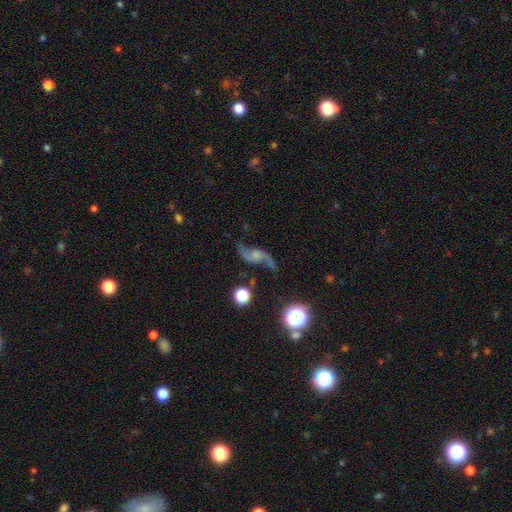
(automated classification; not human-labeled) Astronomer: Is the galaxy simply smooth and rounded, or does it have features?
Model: featured or disk — 84%.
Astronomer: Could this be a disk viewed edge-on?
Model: no — 95%.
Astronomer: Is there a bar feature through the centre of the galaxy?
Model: no — 63%.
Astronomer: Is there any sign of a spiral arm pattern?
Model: yes — 96%.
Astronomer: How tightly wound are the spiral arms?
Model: loose — 90%.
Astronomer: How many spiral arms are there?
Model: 2 — 93%.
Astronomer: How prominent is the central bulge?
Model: small — 40% (runner-up: moderate, 29%).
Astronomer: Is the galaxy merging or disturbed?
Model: none — 70%.